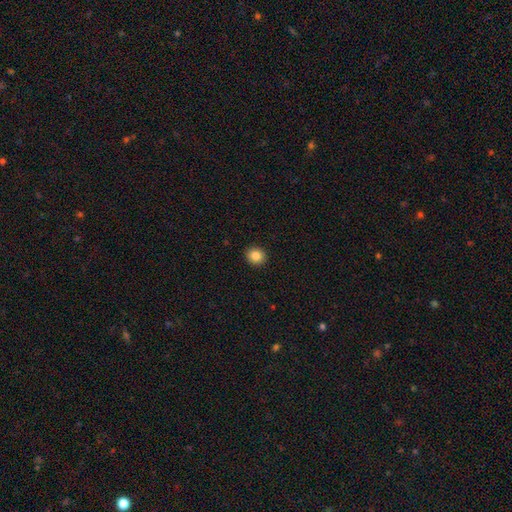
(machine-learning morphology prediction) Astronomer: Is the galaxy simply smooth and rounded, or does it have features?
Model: smooth — 85%.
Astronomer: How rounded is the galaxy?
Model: round — 84%.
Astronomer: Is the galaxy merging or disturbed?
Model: none — 93%.